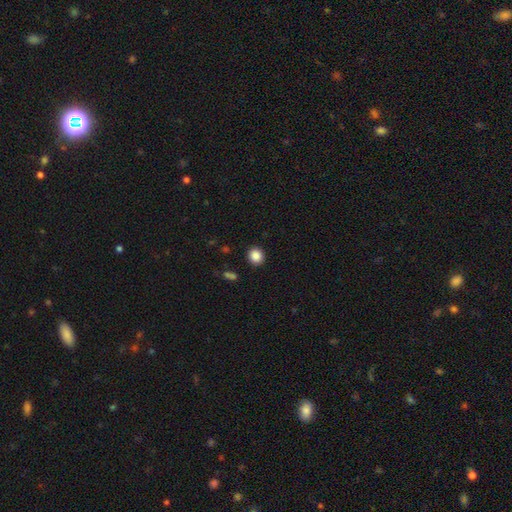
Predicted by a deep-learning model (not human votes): Q: Smooth or featured?
A: smooth (87%); runner-up: star or artifact (10%)
Q: How rounded?
A: round (82%); runner-up: in between (17%)
Q: Merging?
A: none (91%); runner-up: minor disturbance (6%)